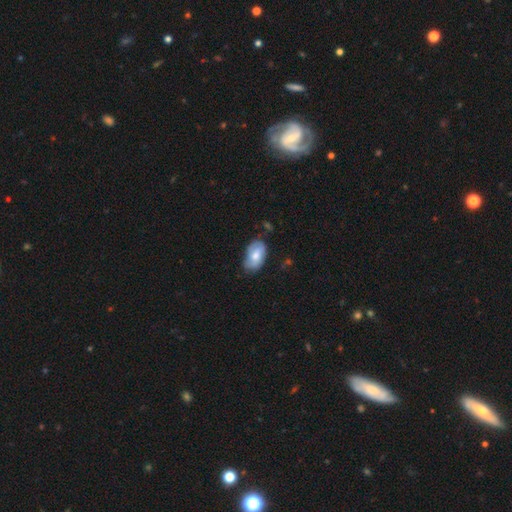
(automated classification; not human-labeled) smooth_or_featured: smooth (p=0.59) [alt: featured or disk p=0.35]
how_rounded: in between (p=0.92) [alt: round p=0.06]
merging: none (p=0.57) [alt: minor disturbance p=0.32]